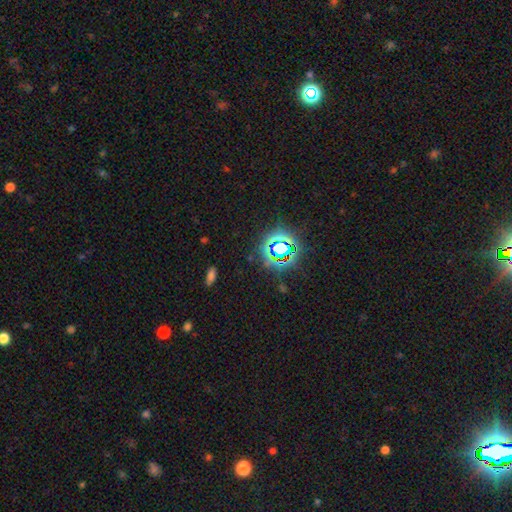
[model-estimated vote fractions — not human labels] Smooth or featured?
  - star or artifact: 76% *
  - smooth: 16%
  - featured or disk: 8%